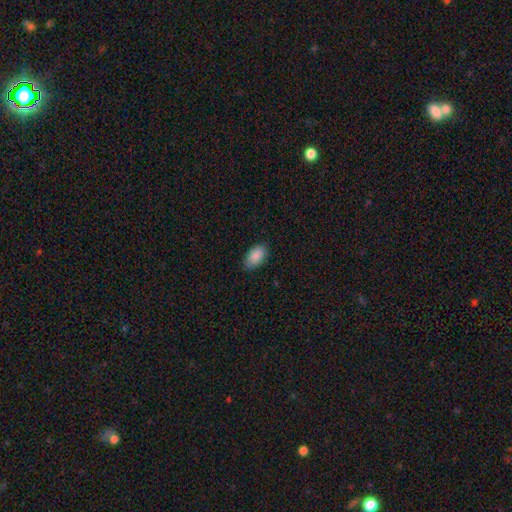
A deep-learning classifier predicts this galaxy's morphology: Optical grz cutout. It shows a smooth galaxy with no disk features (89%) that is in between round and cigar-shaped (94%). Merging: none (85%).